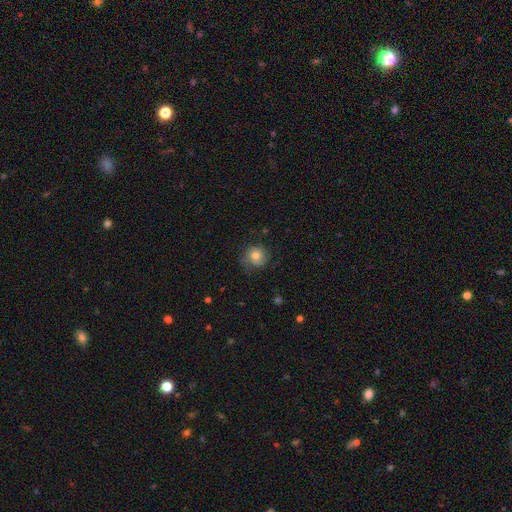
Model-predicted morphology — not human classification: Smooth or featured?
  - smooth: 72% *
  - featured or disk: 18%
  - star or artifact: 10%
How rounded?
  - round: 87% *
  - in between: 12%
  - cigar-shaped: 1%
Merging?
  - none: 68% *
  - minor disturbance: 22%
  - major disturbance: 9%
  - merger: 1%